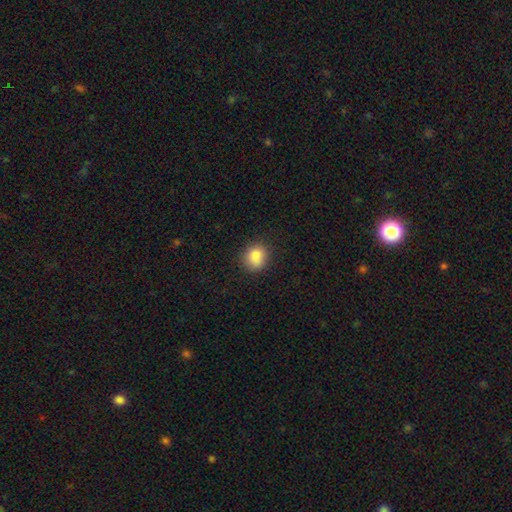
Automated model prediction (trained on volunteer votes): smooth 86%, star or artifact 10%, featured or disk 5%. Down the decision tree: how rounded — round (74%); merging — none (82%).